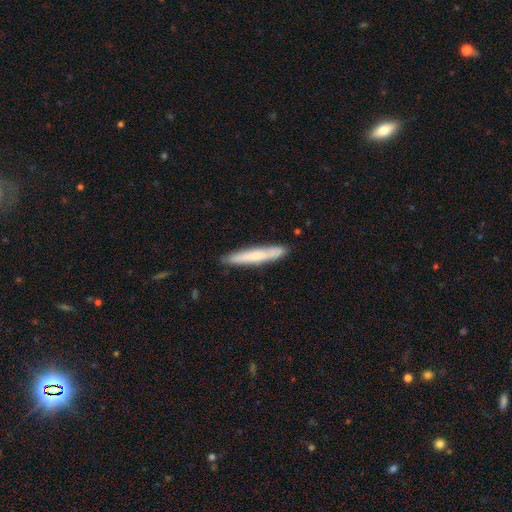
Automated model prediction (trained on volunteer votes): This appears to be a smooth galaxy with no disk features (62%) that is cigar-shaped (95%). Merging: none (86%).